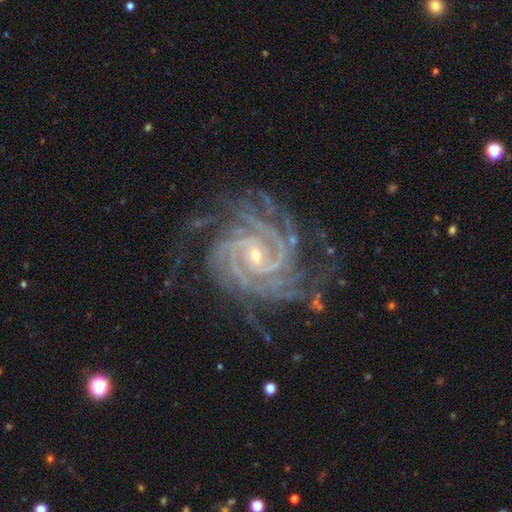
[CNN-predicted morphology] This is clearly a featured or disk galaxy (93%). It is clearly not viewed edge-on (98%). Bar: possibly no (60%). Spiral arm pattern: clearly yes (99%). Spiral arm count: marginally 4 (22%). Spiral winding: likely tight (76%). Central bulge: likely small (71%). Merging: likely none (70%).